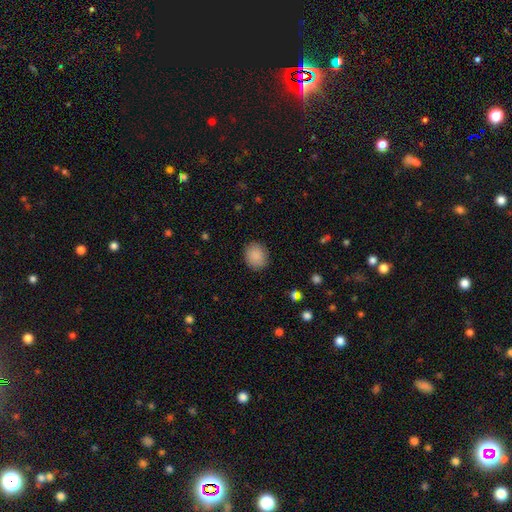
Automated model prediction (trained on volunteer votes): Smooth or featured? Predicted: smooth (p=0.88). How rounded? Predicted: round (p=0.65). Merging? Predicted: none (p=0.88).